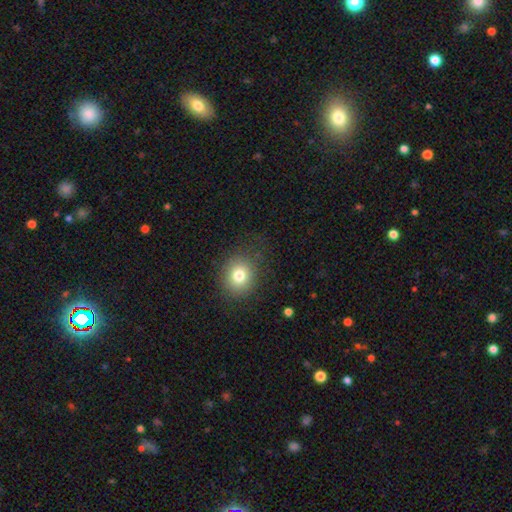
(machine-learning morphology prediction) smooth_or_featured: smooth (p=0.64) [alt: star or artifact p=0.27]
how_rounded: round (p=0.65) [alt: in between p=0.33]
merging: none (p=0.85) [alt: minor disturbance p=0.10]